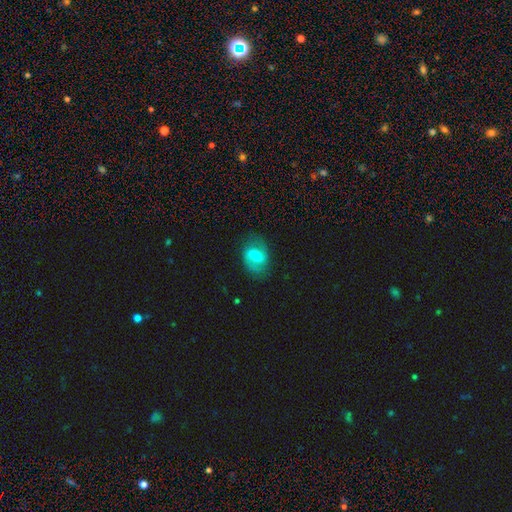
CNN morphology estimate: Smooth or featured? featured or disk (52%)
Edge-on disk? no (95%)
Merging? none (76%)